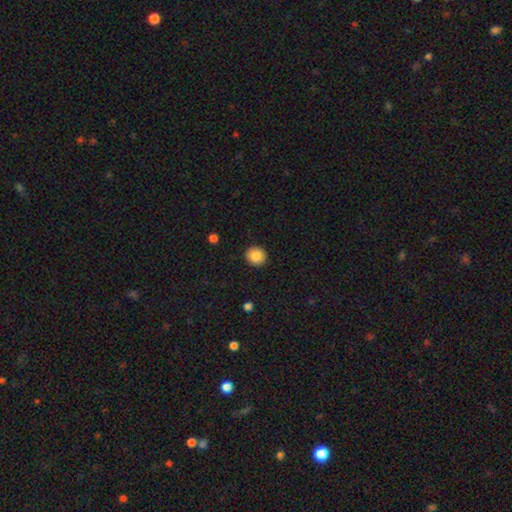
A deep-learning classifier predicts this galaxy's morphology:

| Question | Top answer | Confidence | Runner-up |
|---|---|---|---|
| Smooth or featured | smooth | 86% | star or artifact (9%) |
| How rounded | round | 90% | in between (9%) |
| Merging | none | 92% | minor disturbance (5%) |